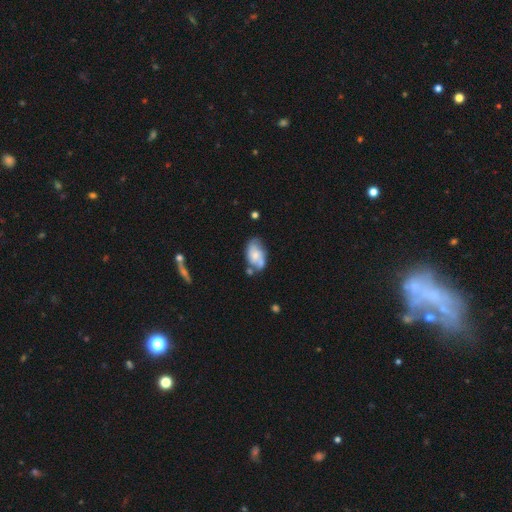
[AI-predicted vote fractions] Smooth or featured: featured or disk — 52% (smooth — 41%)
Edge-on disk: no — 95% (yes — 5%)
Merging: none — 43% (minor disturbance — 26%)